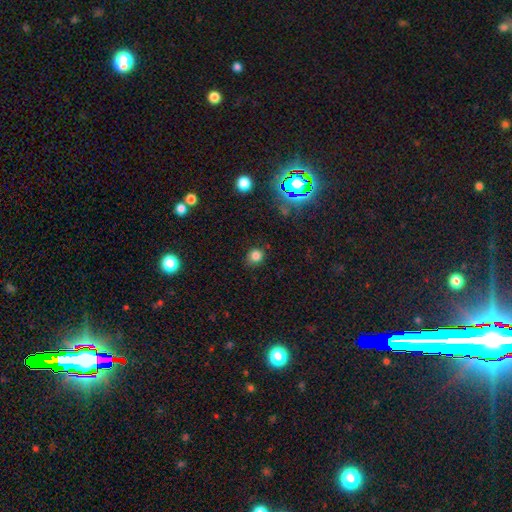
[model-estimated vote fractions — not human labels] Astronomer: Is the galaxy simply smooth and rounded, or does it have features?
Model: smooth — 79%.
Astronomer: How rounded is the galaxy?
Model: round — 78%.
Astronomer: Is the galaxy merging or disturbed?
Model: none — 78%.